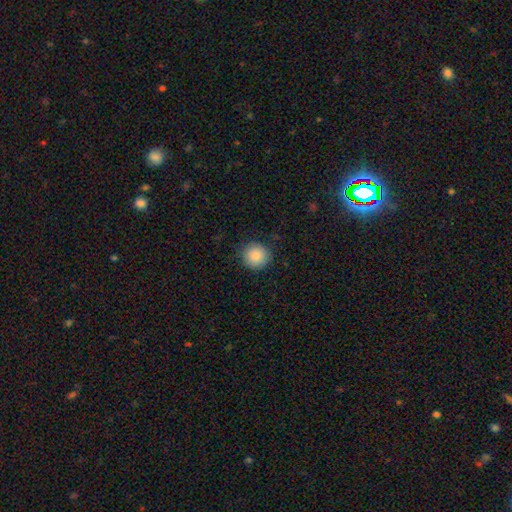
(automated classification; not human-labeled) smooth 88%, star or artifact 8%, featured or disk 4%. Down the decision tree: how rounded — round (93%); merging — none (87%).